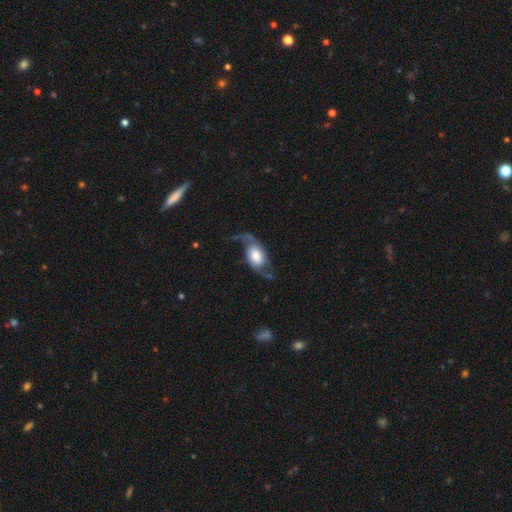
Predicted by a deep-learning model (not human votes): This appears to be a featured or disk galaxy (75%) with no bar (61%), 2 (89%) loose (74%) spiral arms (92%) and a large central bulge (40%). Merging: none (53%).